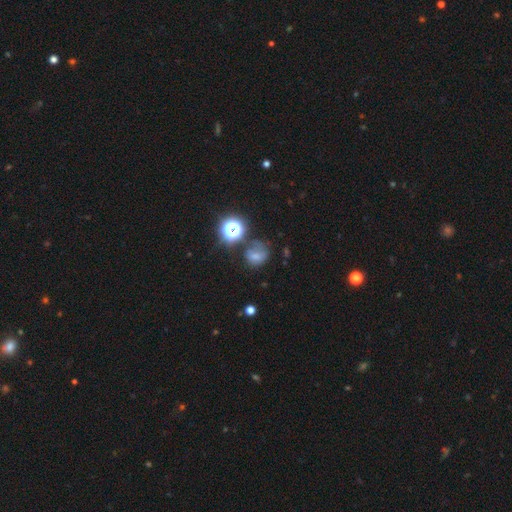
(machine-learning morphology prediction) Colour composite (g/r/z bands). It shows a smooth galaxy with no disk features (55%) that is round (65%). Merging: none (47%).